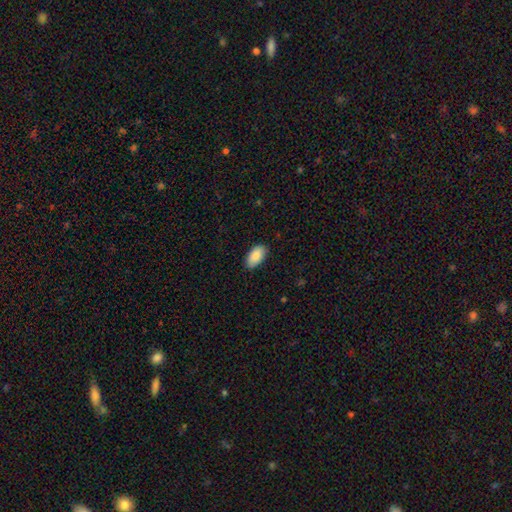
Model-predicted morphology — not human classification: Overall: smooth (88%). How rounded: in between (95%). Merging: none (86%).